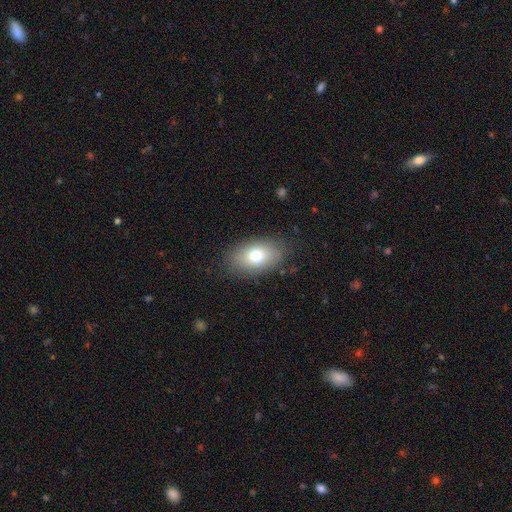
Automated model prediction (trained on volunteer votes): Smooth or featured? smooth (76%)
How rounded? in between (89%)
Merging? none (83%)